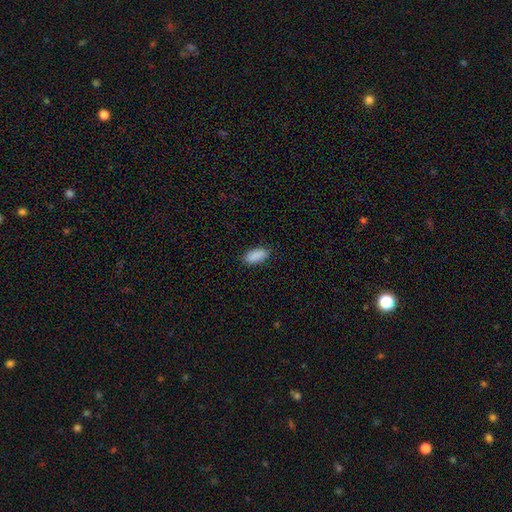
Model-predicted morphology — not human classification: This is clearly a smooth galaxy (90%). How rounded: clearly in between (90%). Merging: clearly none (86%).